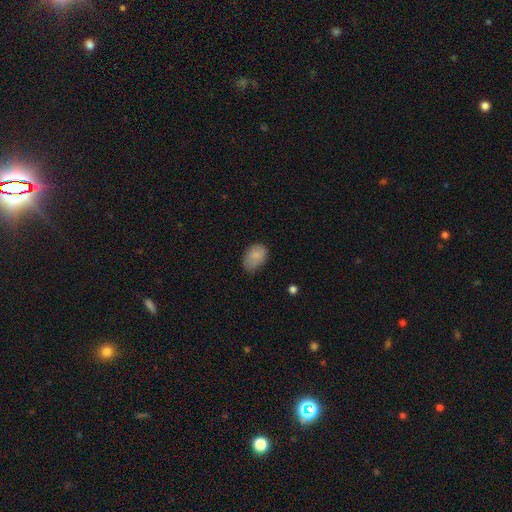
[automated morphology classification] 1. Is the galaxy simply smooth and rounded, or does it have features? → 81% smooth, 12% featured or disk, 8% star or artifact.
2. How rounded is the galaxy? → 84% in between, 15% round, 1% cigar-shaped.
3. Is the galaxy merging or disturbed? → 64% none, 28% minor disturbance, 6% major disturbance, 1% merger.